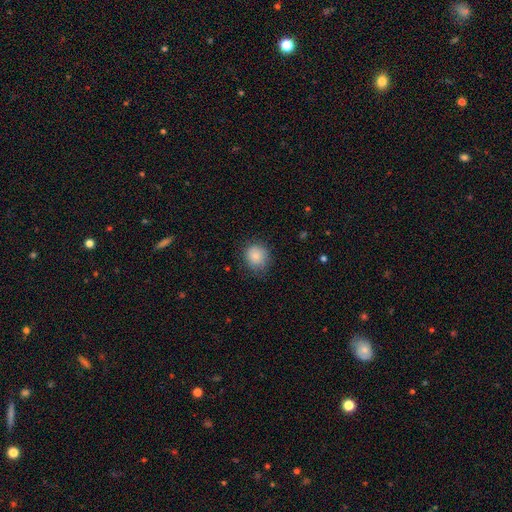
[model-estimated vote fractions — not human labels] A smooth galaxy with no disk features (84%) that is round (80%).

Vote fractions:
- Smooth or featured? smooth: 84% / star or artifact: 9% / featured or disk: 7%
- How rounded? round: 80% / in between: 19% / cigar-shaped: 1%
- Merging? none: 73% / minor disturbance: 21% / major disturbance: 6% / merger: 1%